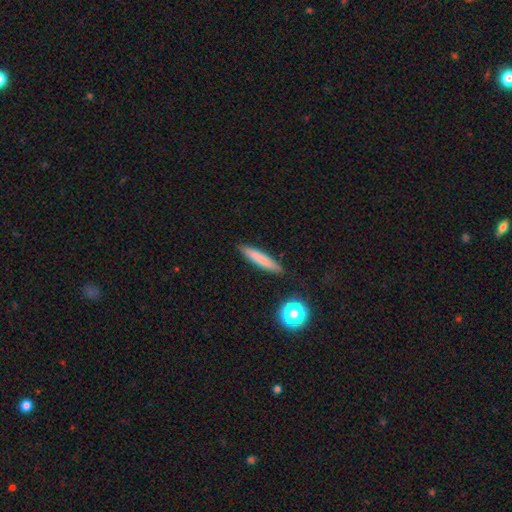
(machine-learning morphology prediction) Q: Smooth or featured?
A: smooth (75%); runner-up: featured or disk (16%)
Q: How rounded?
A: cigar-shaped (92%); runner-up: in between (6%)
Q: Merging?
A: none (90%); runner-up: minor disturbance (7%)